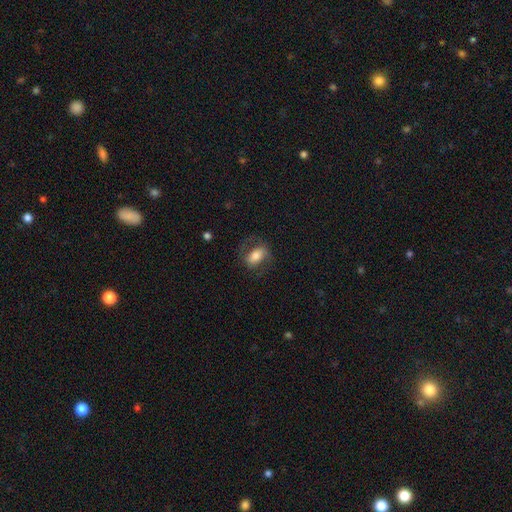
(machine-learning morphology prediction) Smooth or featured? smooth (52%)
How rounded? in between (83%)
Merging? none (67%)